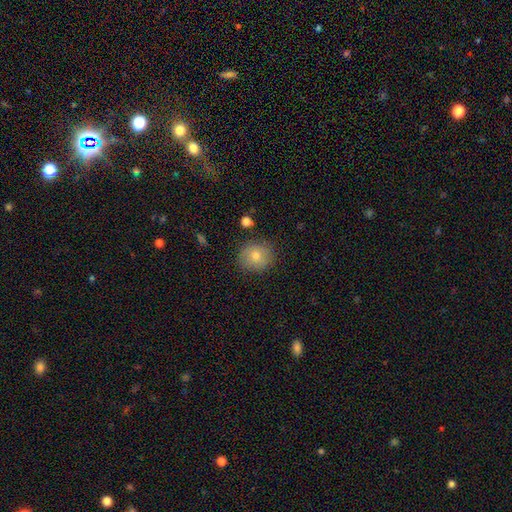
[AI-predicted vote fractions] A smooth galaxy with no disk features (77%) that is round (78%). Merging: none (82%).